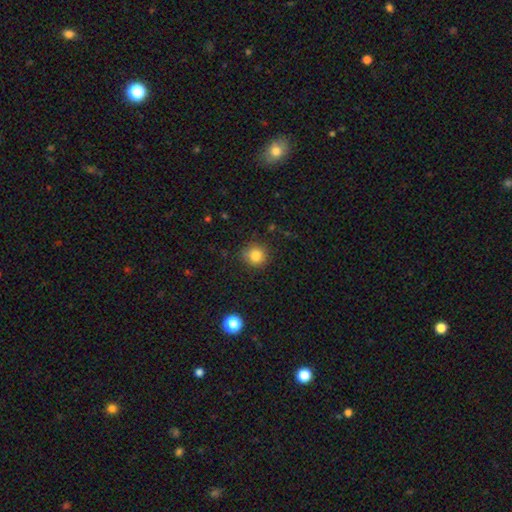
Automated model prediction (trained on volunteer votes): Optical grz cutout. It shows a smooth galaxy with no disk features (83%) that is round (91%). Merging: none (83%).